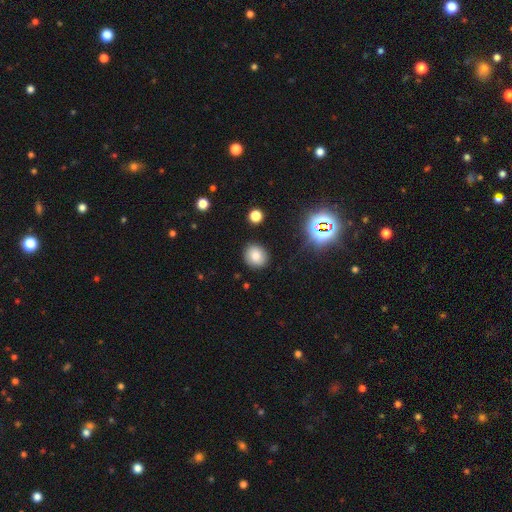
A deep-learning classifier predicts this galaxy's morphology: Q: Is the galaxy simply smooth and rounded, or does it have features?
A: smooth — 78%.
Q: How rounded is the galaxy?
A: round — 79%.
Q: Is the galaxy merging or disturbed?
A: none — 88%.